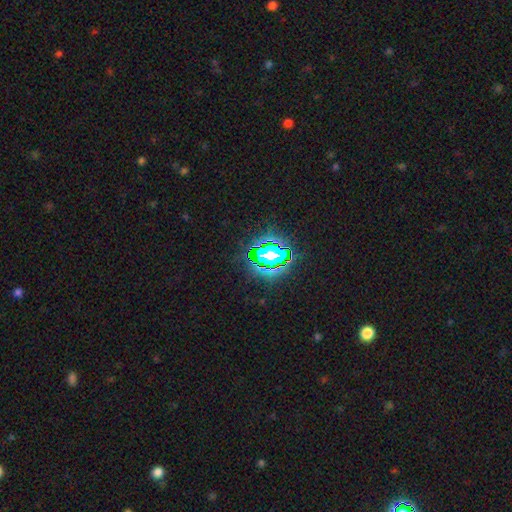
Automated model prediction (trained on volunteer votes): star or artifact 81%, smooth 12%, featured or disk 7%.